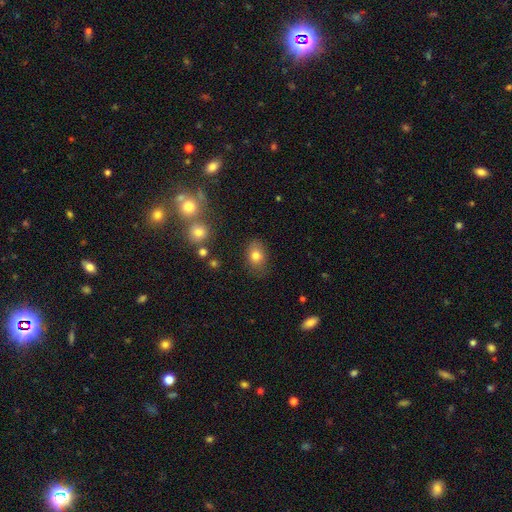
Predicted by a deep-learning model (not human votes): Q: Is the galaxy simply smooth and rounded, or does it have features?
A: smooth — 78%.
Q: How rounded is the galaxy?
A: in between — 70%.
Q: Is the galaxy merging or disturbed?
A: none — 78%.